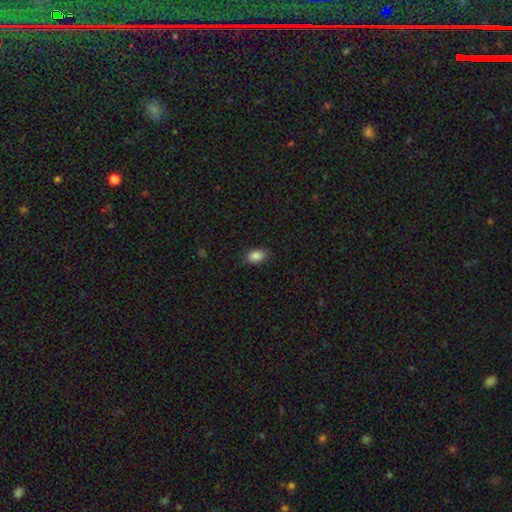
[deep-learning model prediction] Q: Smooth or featured?
A: smooth (88%); runner-up: star or artifact (8%)
Q: How rounded?
A: in between (88%); runner-up: round (10%)
Q: Merging?
A: none (84%); runner-up: minor disturbance (12%)